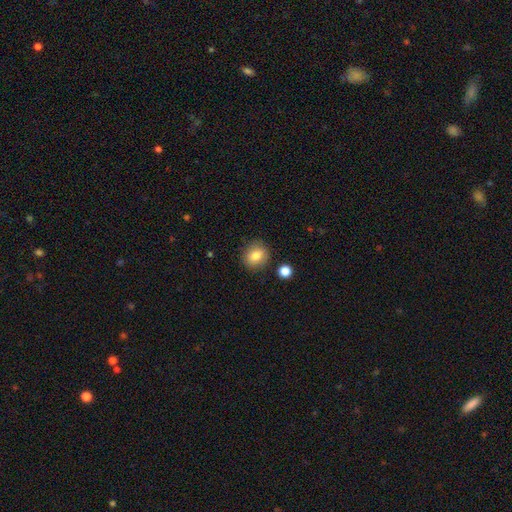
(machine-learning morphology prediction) smooth-or-featured: smooth: 84% | star or artifact: 9% | featured or disk: 7%
  how-rounded: round: 74% | in between: 25% | cigar-shaped: 1%
  merging: none: 85% | minor disturbance: 10% | merger: 3% | major disturbance: 2%